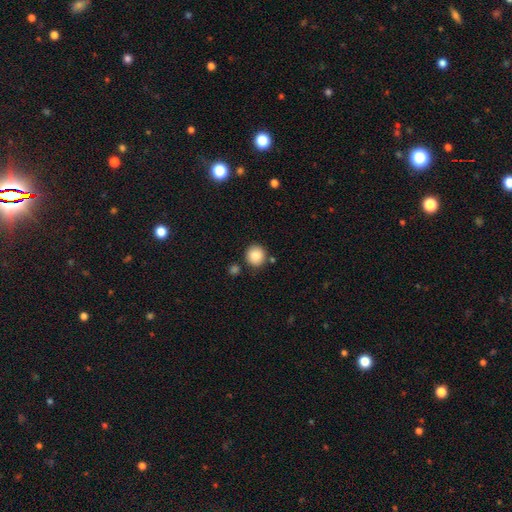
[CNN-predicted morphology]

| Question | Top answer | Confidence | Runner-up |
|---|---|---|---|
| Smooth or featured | smooth | 86% | star or artifact (9%) |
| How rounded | round | 91% | in between (8%) |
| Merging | none | 83% | minor disturbance (8%) |